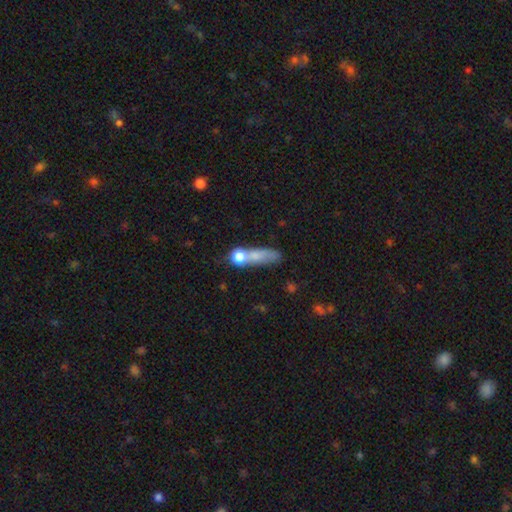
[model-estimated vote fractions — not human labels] smooth 66%, featured or disk 21%, star or artifact 12%. Down the decision tree: how rounded — cigar-shaped (48%); merging — none (34%, tied with merger).